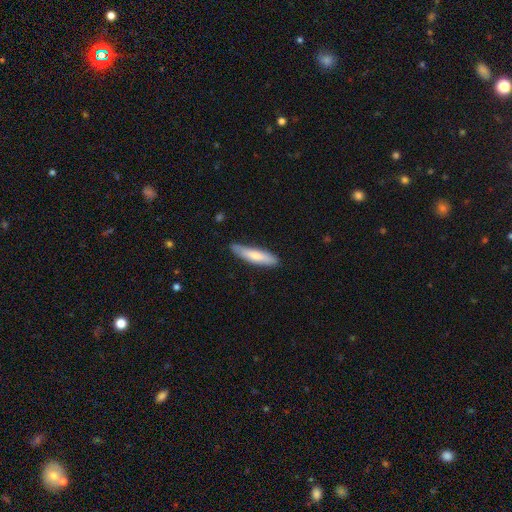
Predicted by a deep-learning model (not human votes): The model was most divided on "smooth or featured": smooth: 69%, featured or disk: 26%, star or artifact: 5%. More confident: merging — none (81%); how rounded — cigar-shaped (76%).